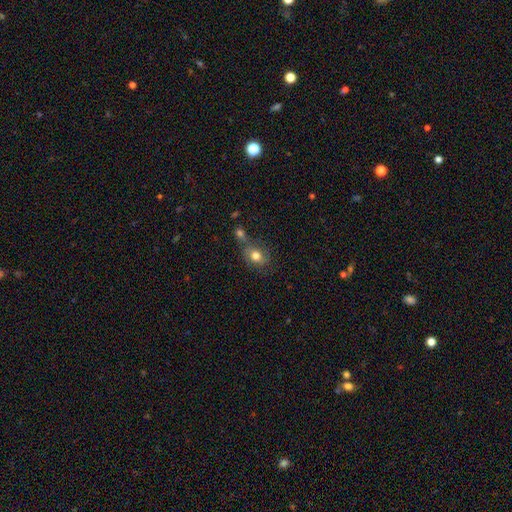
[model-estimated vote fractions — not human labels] A smooth galaxy with no disk features (72%) that is round (50%).

Vote fractions:
- Smooth or featured? smooth: 72% / featured or disk: 18% / star or artifact: 10%
- How rounded? round: 50% / in between: 49% / cigar-shaped: 1%
- Merging? none: 48% / merger: 24% / minor disturbance: 19% / major disturbance: 9%